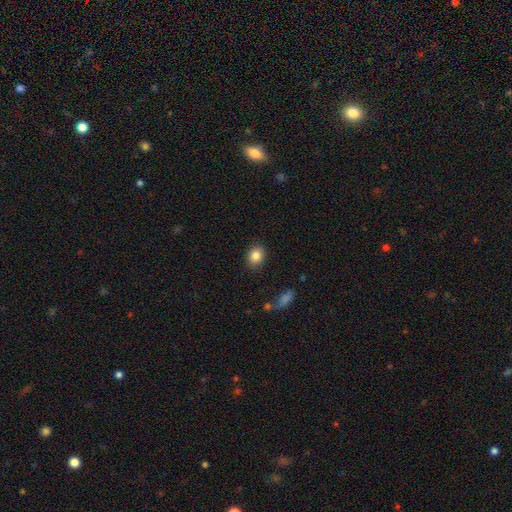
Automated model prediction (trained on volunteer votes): Smooth or featured?
  - smooth: 85% *
  - star or artifact: 9%
  - featured or disk: 6%
How rounded?
  - in between: 51% *
  - round: 48%
  - cigar-shaped: 1%
Merging?
  - none: 87% *
  - minor disturbance: 9%
  - major disturbance: 3%
  - merger: 1%